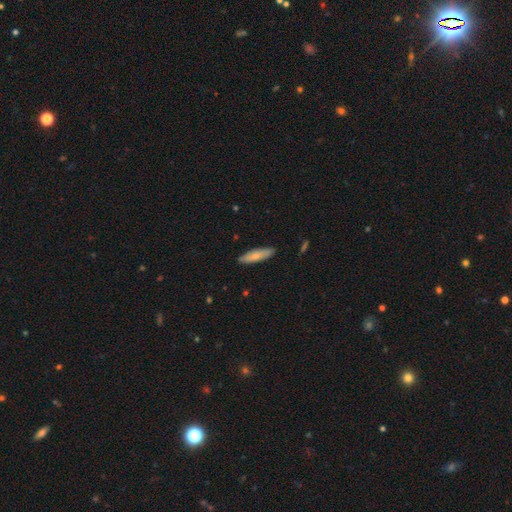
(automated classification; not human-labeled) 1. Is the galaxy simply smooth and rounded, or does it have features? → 72% smooth, 22% featured or disk, 6% star or artifact.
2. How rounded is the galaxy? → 67% cigar-shaped, 32% in between, 2% round.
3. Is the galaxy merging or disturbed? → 87% none, 10% minor disturbance, 2% major disturbance, 1% merger.